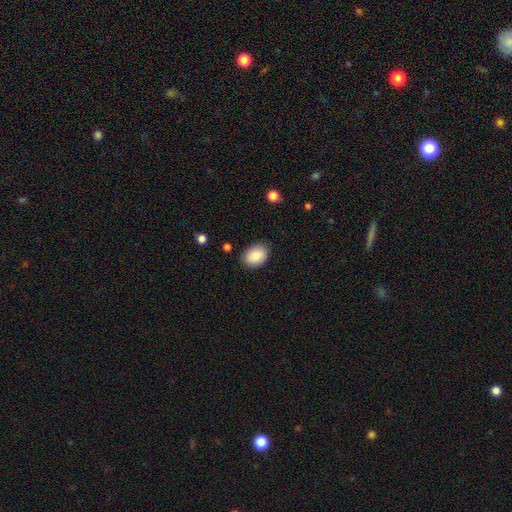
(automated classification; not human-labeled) smooth_or_featured: smooth (p=0.88) [alt: star or artifact p=0.07]
how_rounded: in between (p=0.79) [alt: round p=0.20]
merging: none (p=0.84) [alt: minor disturbance p=0.12]